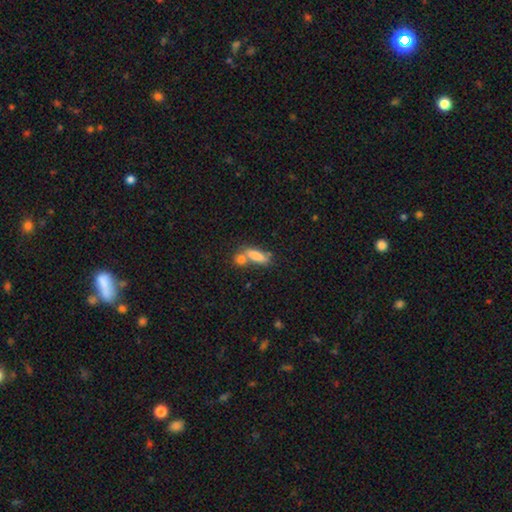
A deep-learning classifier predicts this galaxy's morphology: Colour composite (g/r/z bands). It shows a smooth galaxy with no disk features (82%) that is in between round and cigar-shaped (58%). Merging: none (41%, tied with merger).